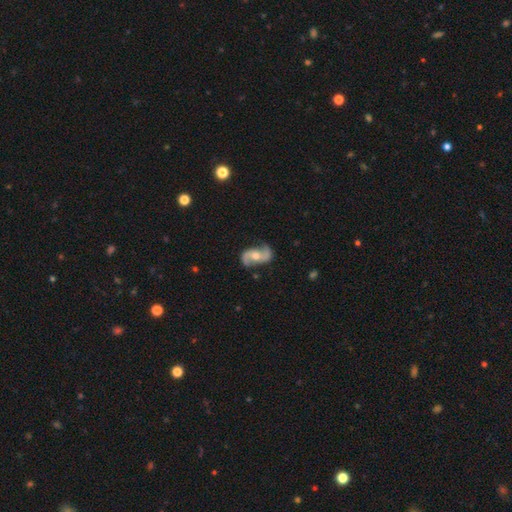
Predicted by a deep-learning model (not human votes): smooth_or_featured: featured or disk (p=0.86) [alt: smooth p=0.09]
disk_edge_on: no (p=0.97) [alt: yes p=0.03]
bar: no (p=0.58) [alt: weak p=0.31]
has_spiral_arms: yes (p=0.96) [alt: no p=0.04]
spiral_winding: loose (p=0.65) [alt: medium p=0.27]
spiral_arm_count: 2 (p=0.94) [alt: can't tell p=0.02]
bulge_size: moderate (p=0.70) [alt: small p=0.22]
merging: none (p=0.79) [alt: minor disturbance p=0.15]